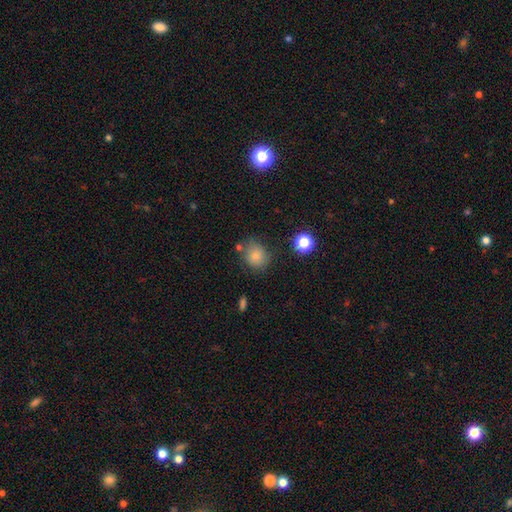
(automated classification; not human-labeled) A smooth galaxy with no disk features (80%) that is round (78%).

Vote fractions:
- Smooth or featured? smooth: 80% / star or artifact: 12% / featured or disk: 8%
- How rounded? round: 78% / in between: 21% / cigar-shaped: 1%
- Merging? none: 69% / minor disturbance: 18% / merger: 8% / major disturbance: 6%